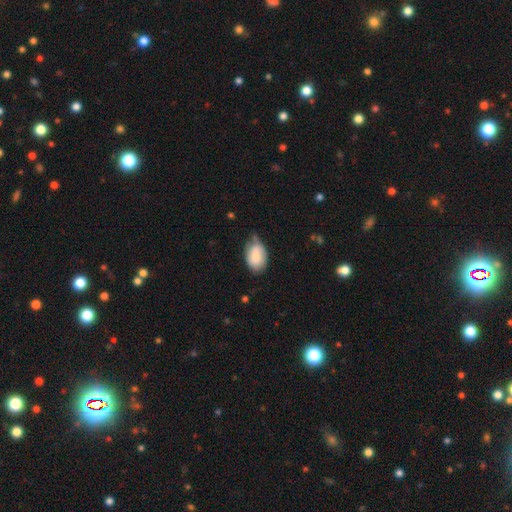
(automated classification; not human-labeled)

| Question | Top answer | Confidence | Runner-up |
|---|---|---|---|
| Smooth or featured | smooth | 79% | featured or disk (15%) |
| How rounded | in between | 88% | round (11%) |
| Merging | none | 51% | minor disturbance (38%) |